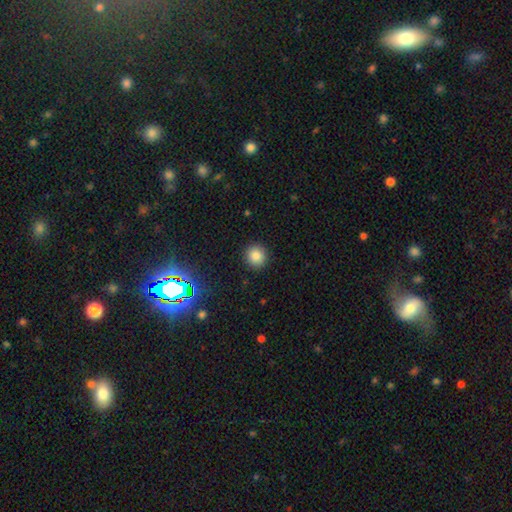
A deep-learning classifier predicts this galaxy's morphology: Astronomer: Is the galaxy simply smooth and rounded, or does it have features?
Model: smooth — 83%.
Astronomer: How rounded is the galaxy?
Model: round — 91%.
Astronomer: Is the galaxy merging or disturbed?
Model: none — 91%.